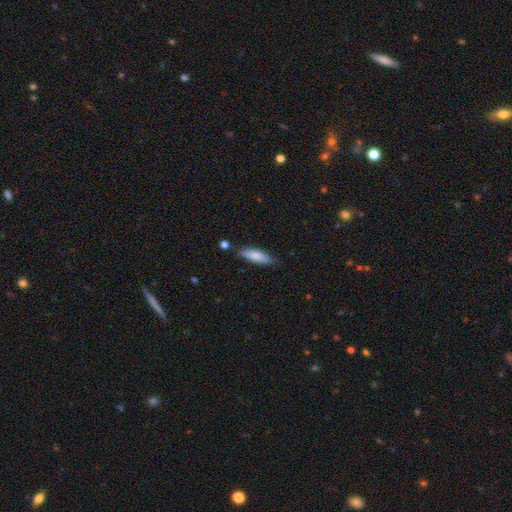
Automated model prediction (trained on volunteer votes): Smooth or featured?
  - smooth: 80% *
  - featured or disk: 14%
  - star or artifact: 6%
How rounded?
  - cigar-shaped: 52% *
  - in between: 47%
  - round: 2%
Merging?
  - none: 74% *
  - minor disturbance: 19%
  - merger: 4%
  - major disturbance: 3%